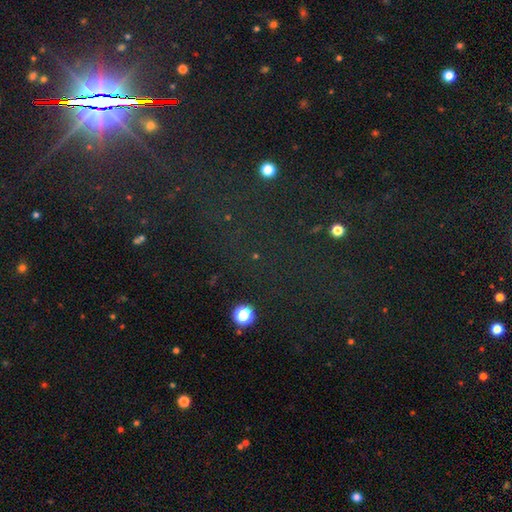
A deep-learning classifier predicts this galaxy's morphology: This is likely a star or artifact rather than a galaxy (74%).